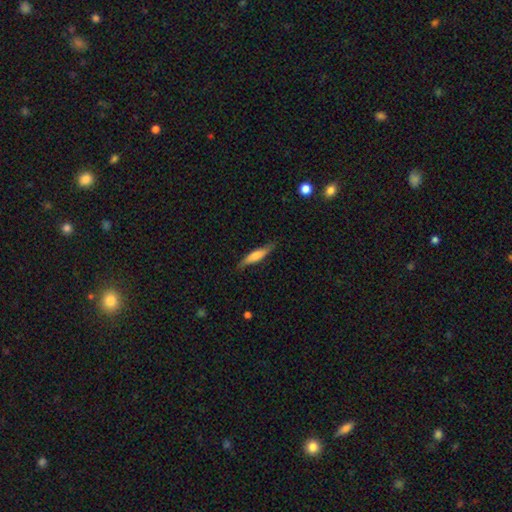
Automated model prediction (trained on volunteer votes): Smooth or featured? Predicted: smooth (p=0.62). How rounded? Predicted: cigar-shaped (p=0.79). Merging? Predicted: none (p=0.80).